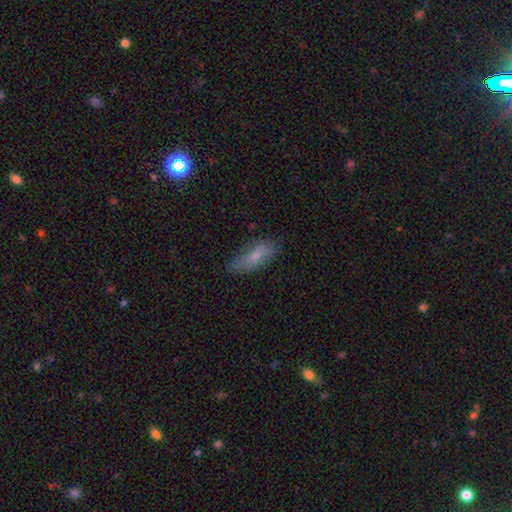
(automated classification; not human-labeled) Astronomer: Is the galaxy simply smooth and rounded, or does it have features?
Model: smooth — 74%.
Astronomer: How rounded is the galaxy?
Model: in between — 71%.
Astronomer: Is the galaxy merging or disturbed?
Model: none — 62%.